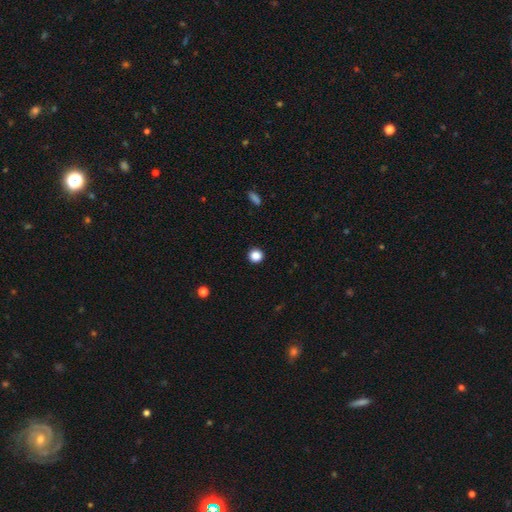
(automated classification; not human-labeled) The model was most divided on "smooth or featured": smooth: 86%, star or artifact: 11%, featured or disk: 3%. More confident: how rounded — round (94%); merging — none (93%).